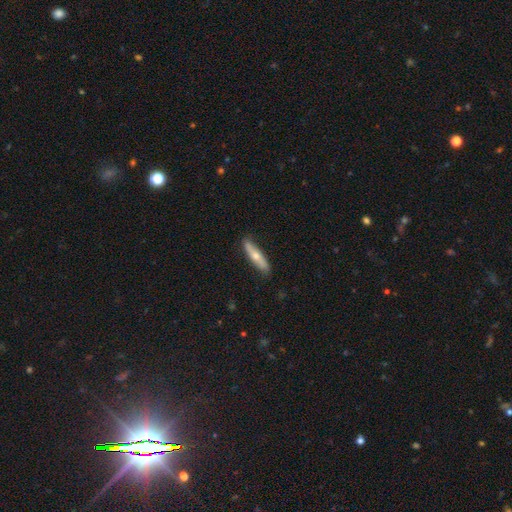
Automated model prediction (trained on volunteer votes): A smooth galaxy with no disk features (48%). Merging: none (86%).